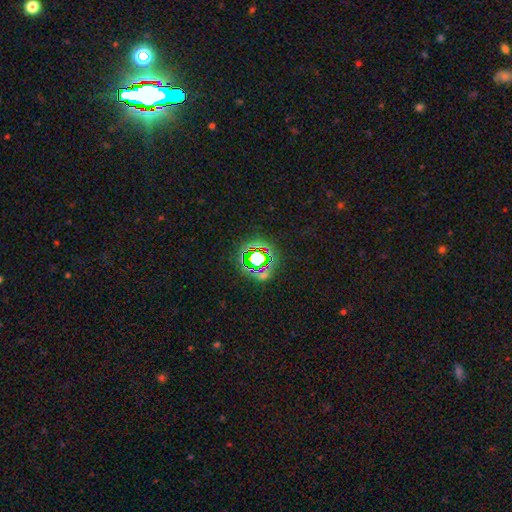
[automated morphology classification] Q: Smooth or featured?
A: star or artifact (66%); runner-up: smooth (23%)